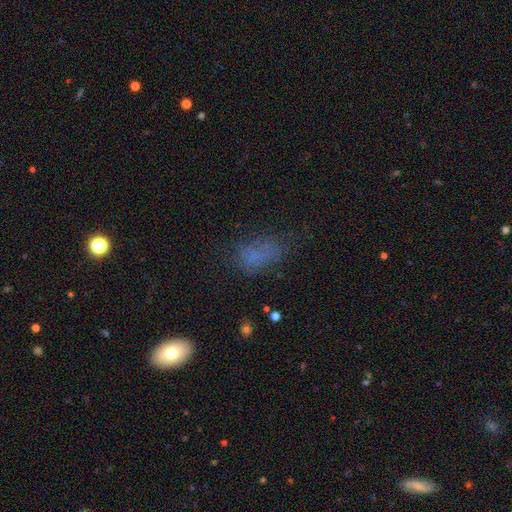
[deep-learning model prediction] Smooth or featured? Predicted: smooth (p=0.63). How rounded? Predicted: in between (p=0.85). Merging? Predicted: none (p=0.48).